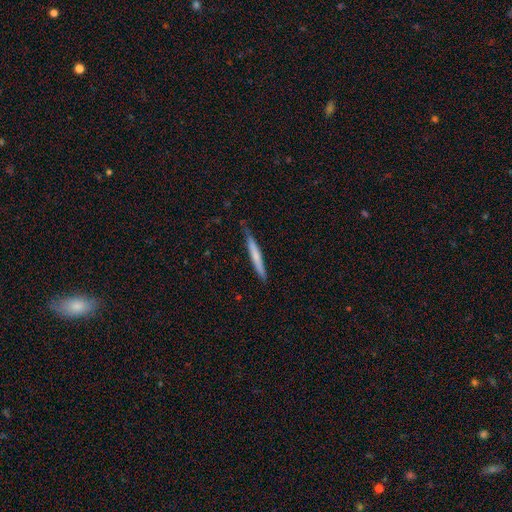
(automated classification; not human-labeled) Overall: smooth (61%; featured or disk 34%). How rounded: cigar-shaped (96%). Merging: none (78%).